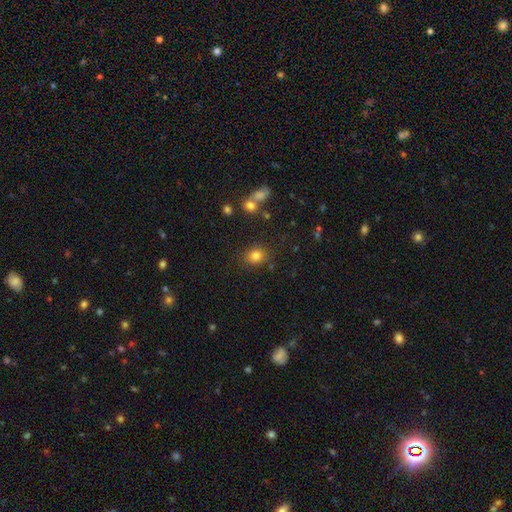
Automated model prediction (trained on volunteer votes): A smooth galaxy with no disk features (80%) that is round (64%).

Vote fractions:
- Smooth or featured? smooth: 80% / star or artifact: 13% / featured or disk: 7%
- How rounded? round: 64% / in between: 35% / cigar-shaped: 1%
- Merging? none: 82% / minor disturbance: 10% / merger: 4% / major disturbance: 4%